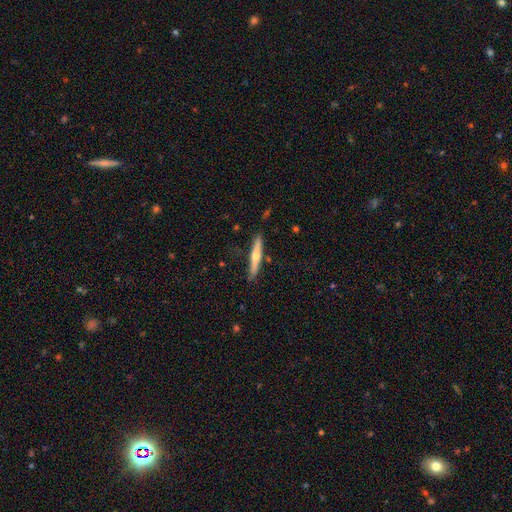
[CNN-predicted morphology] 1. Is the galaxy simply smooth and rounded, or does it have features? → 53% featured or disk, 42% smooth, 5% star or artifact.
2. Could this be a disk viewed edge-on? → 96% yes, 4% no.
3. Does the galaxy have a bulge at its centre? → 86% rounded, 10% none, 4% boxy.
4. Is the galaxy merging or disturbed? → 86% none, 10% minor disturbance, 2% merger, 2% major disturbance.